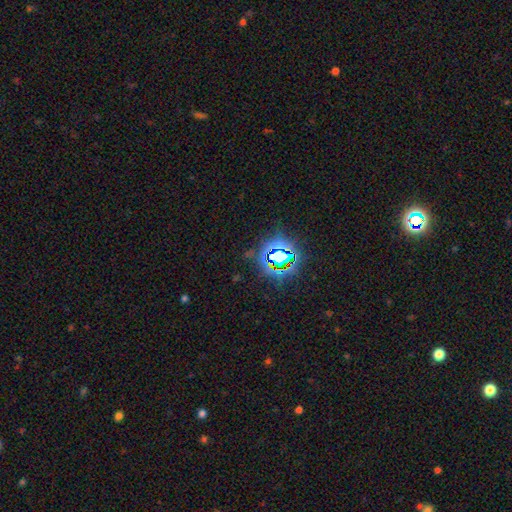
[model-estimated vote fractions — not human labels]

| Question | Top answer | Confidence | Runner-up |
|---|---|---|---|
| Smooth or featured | star or artifact | 80% | smooth (13%) |